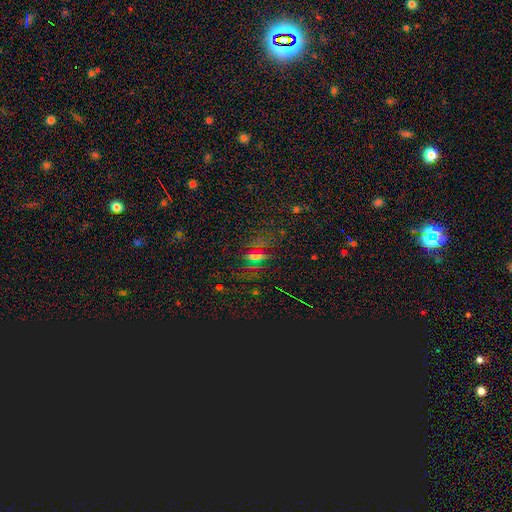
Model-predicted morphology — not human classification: Q: Smooth or featured?
A: star or artifact (47%); runner-up: smooth (36%)